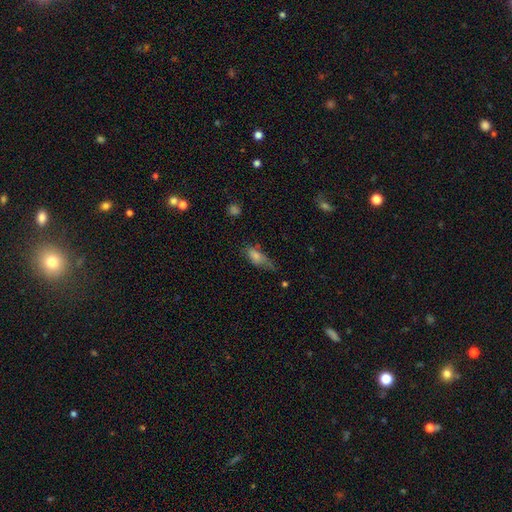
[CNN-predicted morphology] This is likely a smooth galaxy (66%). How rounded: likely in between (66%). Merging: marginally none (41%).